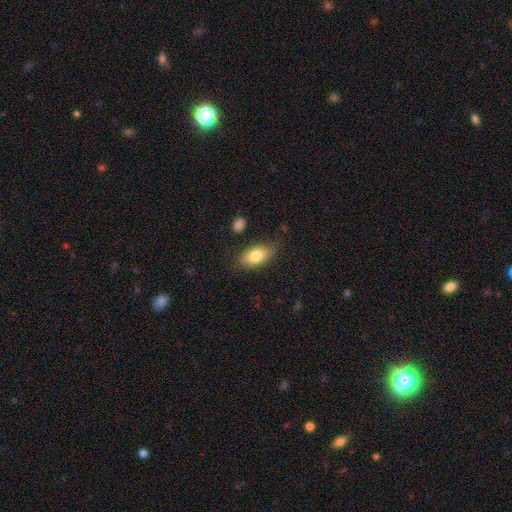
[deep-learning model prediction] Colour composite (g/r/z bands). It shows a smooth galaxy with no disk features (80%) that is in between round and cigar-shaped (88%). Merging: none (76%).